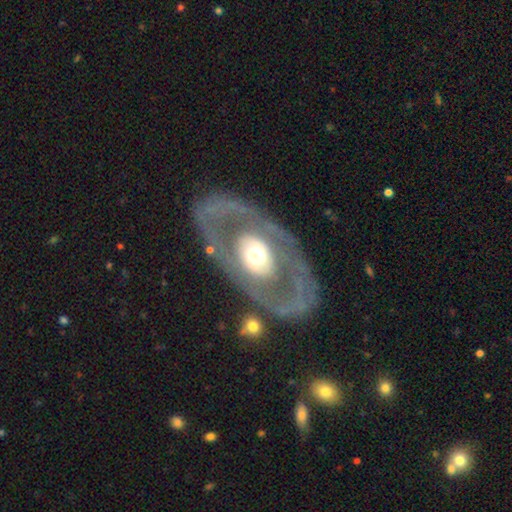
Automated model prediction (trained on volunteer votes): A featured or disk galaxy (75%) with no bar (82%), no spiral arms (61%) and a moderate central bulge (54%).

Vote fractions:
- Smooth or featured? featured or disk: 75% / smooth: 20% / star or artifact: 5%
- Edge-on disk? no: 91% / yes: 9%
- Bar? no: 82% / weak: 12% / strong: 6%
- Spiral arms? no: 61% / yes: 39%
- Bulge size? moderate: 54% / large: 34% / small: 6% / dominant: 5% / none: 1%
- Merging? none: 72% / major disturbance: 12% / minor disturbance: 12% / merger: 3%